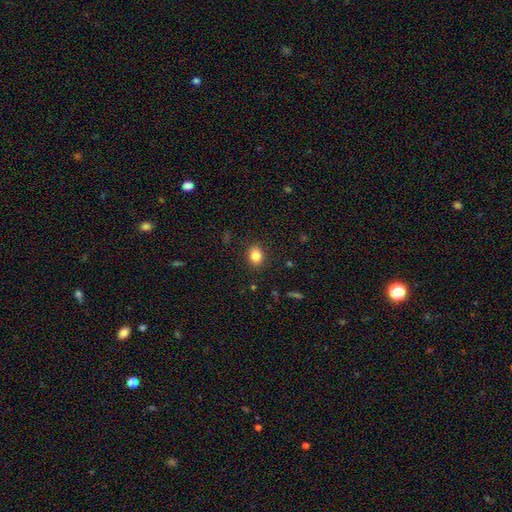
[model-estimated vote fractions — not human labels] Q: Smooth or featured?
A: smooth (84%); runner-up: star or artifact (10%)
Q: How rounded?
A: in between (51%); runner-up: round (48%)
Q: Merging?
A: none (88%); runner-up: minor disturbance (8%)